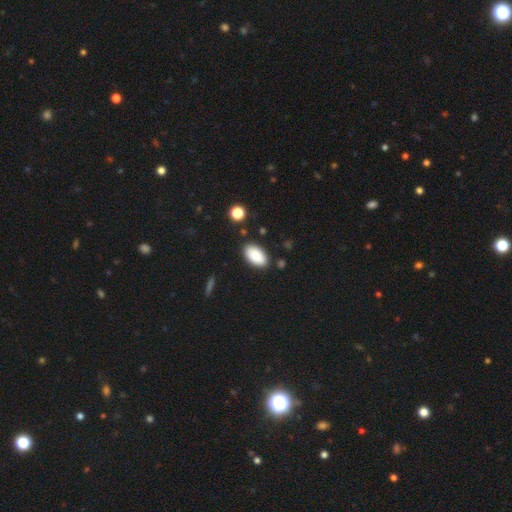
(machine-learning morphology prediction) Smooth or featured: smooth — 88% (star or artifact — 7%)
How rounded: in between — 95% (round — 3%)
Merging: none — 85% (minor disturbance — 10%)